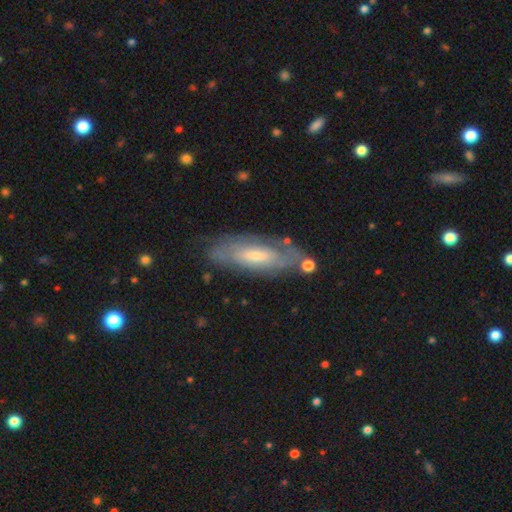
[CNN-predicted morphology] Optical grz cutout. It shows a featured or disk galaxy (66%) with no bar (50%), spiral arms (77%) and a small central bulge (53%). Merging: none (70%).